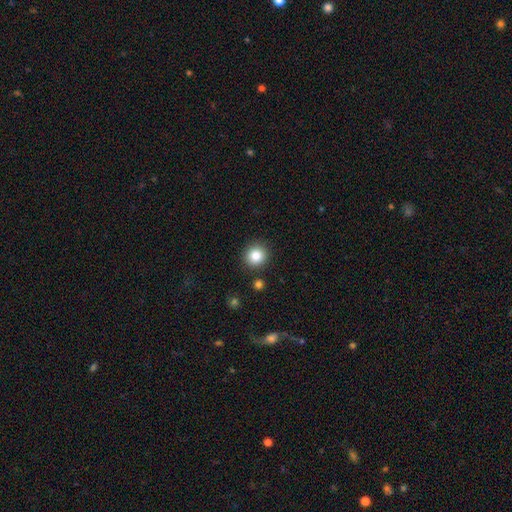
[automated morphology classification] A smooth galaxy with no disk features (84%) that is round (92%). Merging: none (89%).